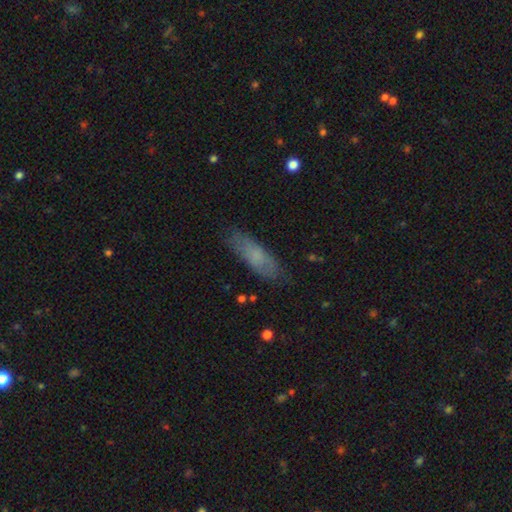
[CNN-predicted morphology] A smooth galaxy with no disk features (69%) that is in between round and cigar-shaped (50%).

Vote fractions:
- Smooth or featured? smooth: 69% / featured or disk: 24% / star or artifact: 7%
- How rounded? in between: 50% / cigar-shaped: 48% / round: 2%
- Merging? none: 78% / minor disturbance: 17% / major disturbance: 4% / merger: 1%